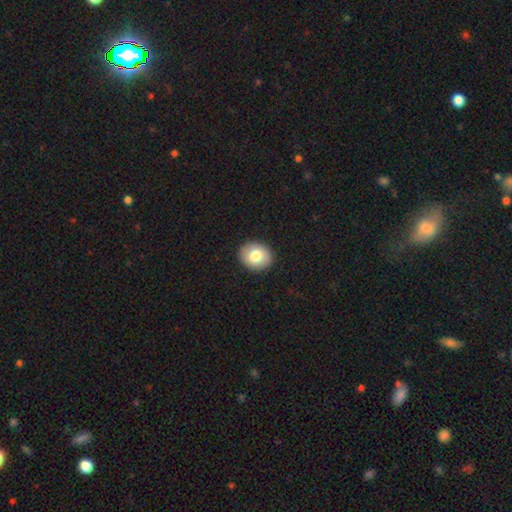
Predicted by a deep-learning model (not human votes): Overall: smooth (79%). How rounded: round (63%; in between 36%). Merging: none (91%).